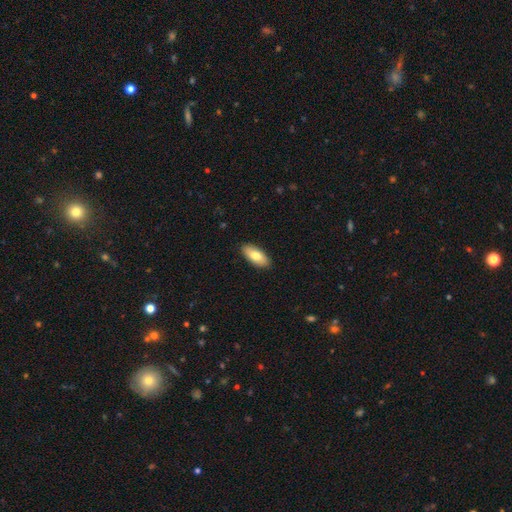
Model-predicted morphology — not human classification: Smooth or featured: smooth — 78% (featured or disk — 16%)
How rounded: in between — 88% (cigar-shaped — 10%)
Merging: none — 89% (minor disturbance — 8%)